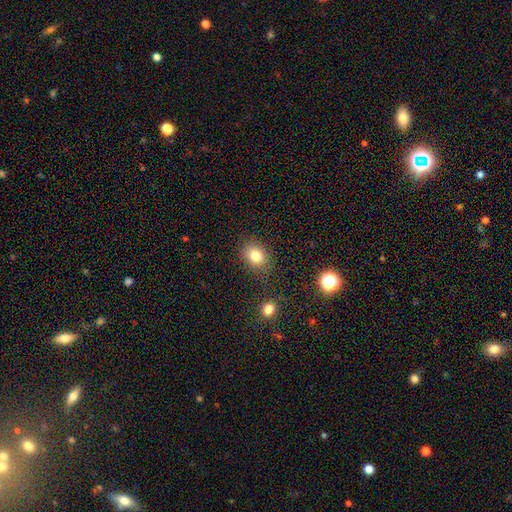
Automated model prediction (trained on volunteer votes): smooth-or-featured: smooth: 81% | star or artifact: 12% | featured or disk: 8%
  how-rounded: in between: 53% | round: 46% | cigar-shaped: 1%
  merging: none: 80% | minor disturbance: 13% | major disturbance: 4% | merger: 3%